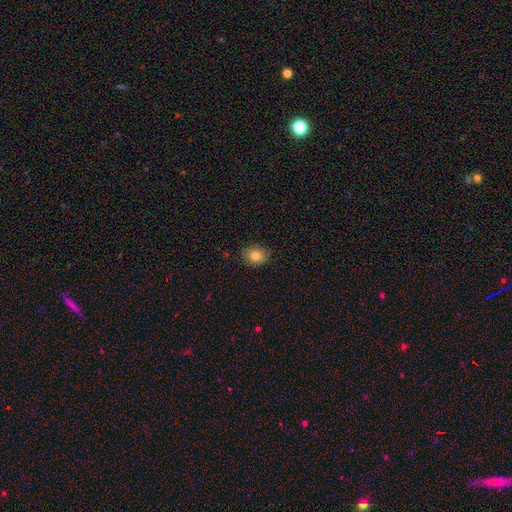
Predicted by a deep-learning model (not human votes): Smooth or featured: smooth — 82% (star or artifact — 10%)
How rounded: in between — 53% (round — 46%)
Merging: none — 84% (minor disturbance — 13%)